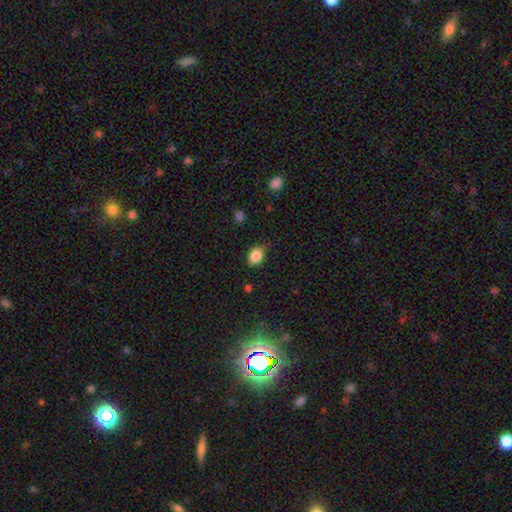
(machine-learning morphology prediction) Smooth or featured? Predicted: smooth (p=0.86). How rounded? Predicted: in between (p=0.64). Merging? Predicted: none (p=0.69).